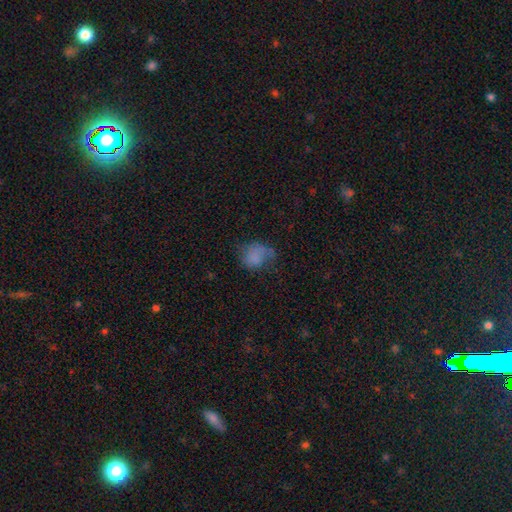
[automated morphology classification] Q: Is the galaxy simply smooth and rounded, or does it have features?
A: smooth — 73%.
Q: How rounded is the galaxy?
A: in between — 51%.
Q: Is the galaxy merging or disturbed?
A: none — 41%.